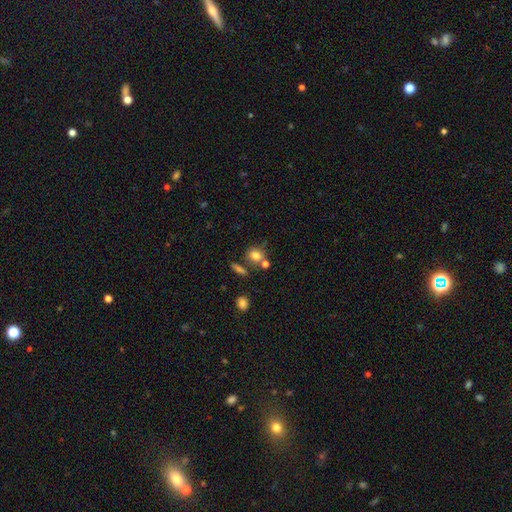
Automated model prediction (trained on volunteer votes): smooth-or-featured: smooth: 78% | star or artifact: 12% | featured or disk: 10%
  how-rounded: round: 76% | in between: 22% | cigar-shaped: 2%
  merging: none: 61% | merger: 21% | minor disturbance: 13% | major disturbance: 5%